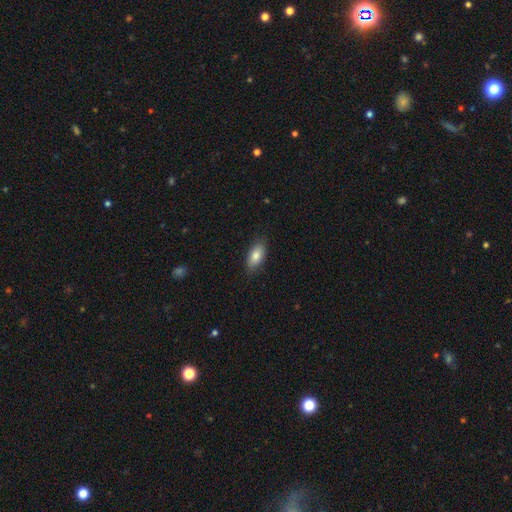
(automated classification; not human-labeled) The model was most divided on "smooth or featured": smooth: 83%, featured or disk: 10%, star or artifact: 7%. More confident: how rounded — in between (91%); merging — none (85%).